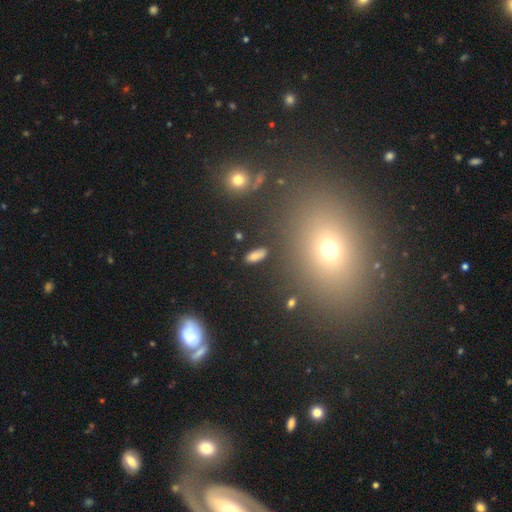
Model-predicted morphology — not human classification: The model was most divided on "how rounded": in between: 77%, cigar-shaped: 19%, round: 4%. More confident: merging — none (86%); smooth or featured — smooth (79%).